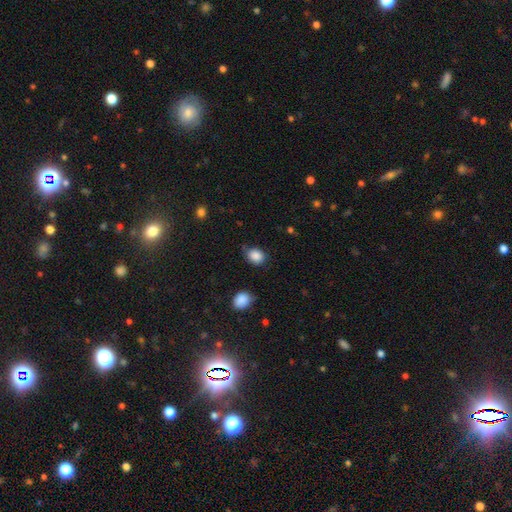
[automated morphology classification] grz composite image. It shows a smooth galaxy with no disk features (87%) that is in between round and cigar-shaped (50%). Merging: none (66%).